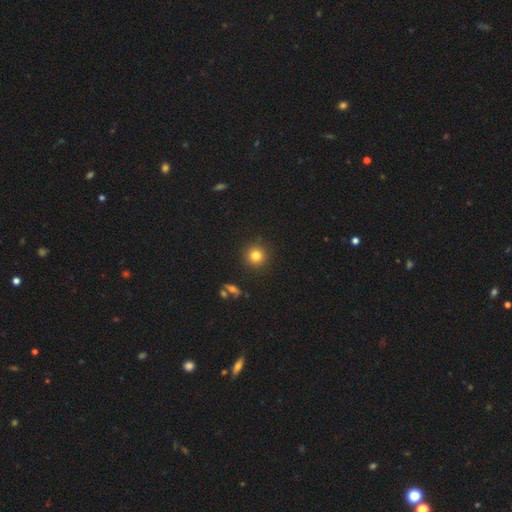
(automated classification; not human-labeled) The model was most divided on "smooth or featured": smooth: 81%, star or artifact: 13%, featured or disk: 6%. More confident: how rounded — round (94%); merging — none (91%).